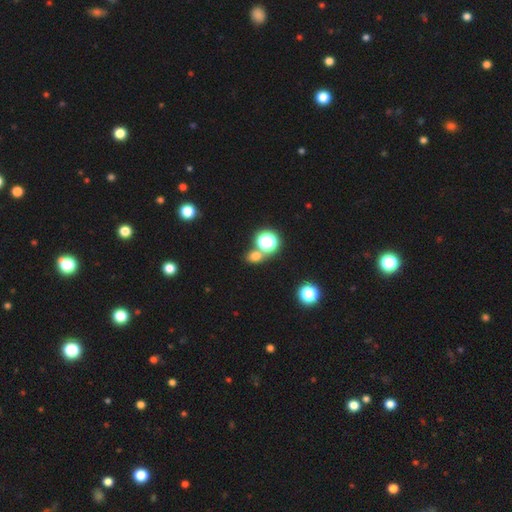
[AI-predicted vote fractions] A smooth galaxy with no disk features (64%) that is round (60%). Merging: none (64%).